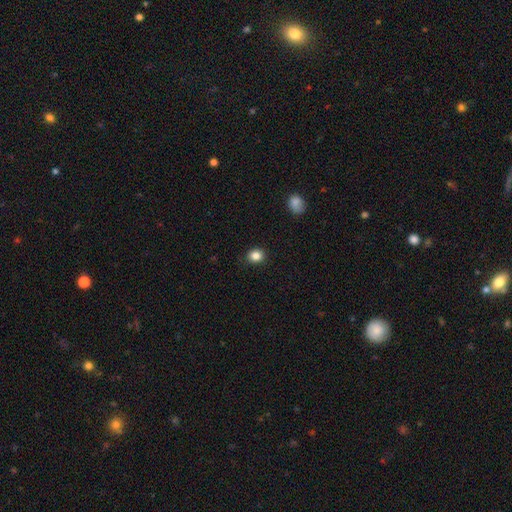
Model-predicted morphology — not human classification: A smooth galaxy with no disk features (85%) that is round (71%). Merging: none (89%).